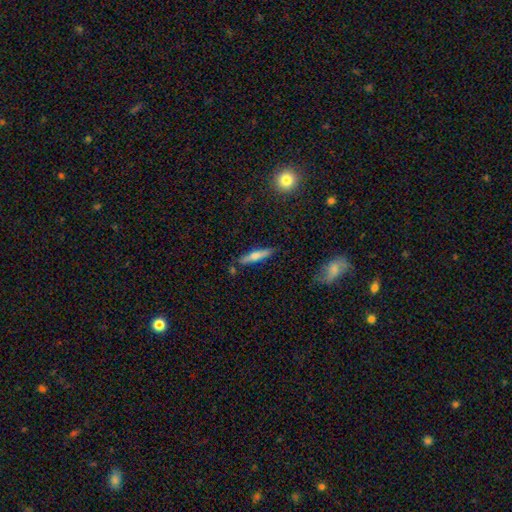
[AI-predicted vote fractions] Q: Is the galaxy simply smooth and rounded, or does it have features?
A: smooth — 57%.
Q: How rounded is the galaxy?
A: cigar-shaped — 87%.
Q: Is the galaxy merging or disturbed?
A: none — 83%.